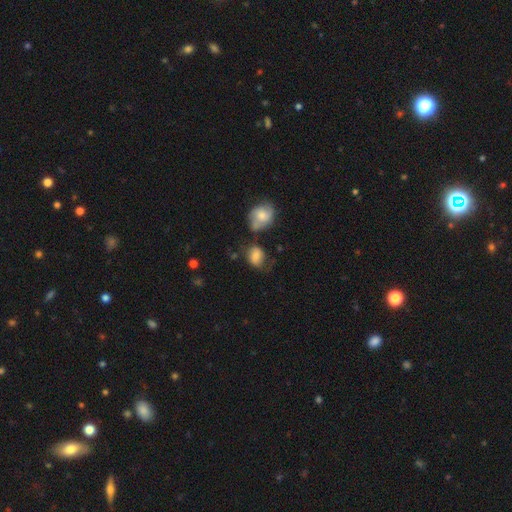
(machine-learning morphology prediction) Smooth or featured? Predicted: smooth (p=0.76). How rounded? Predicted: in between (p=0.63). Merging? Predicted: none (p=0.46).